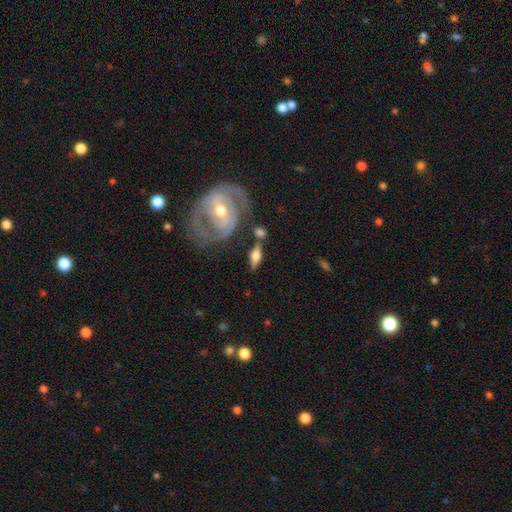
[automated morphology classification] A featured or disk galaxy (55%) viewed edge-on (63%). Merging: none (62%).